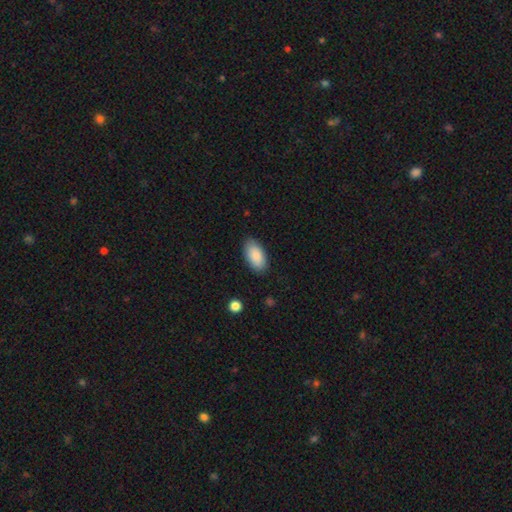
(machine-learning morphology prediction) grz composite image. It shows a smooth galaxy with no disk features (88%) that is in between round and cigar-shaped (95%). Merging: none (86%).